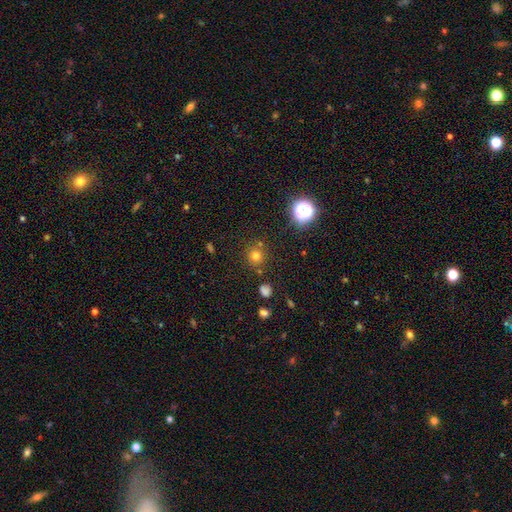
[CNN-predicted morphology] This is likely a smooth galaxy (72%). How rounded: clearly round (92%). Merging: clearly none (83%).